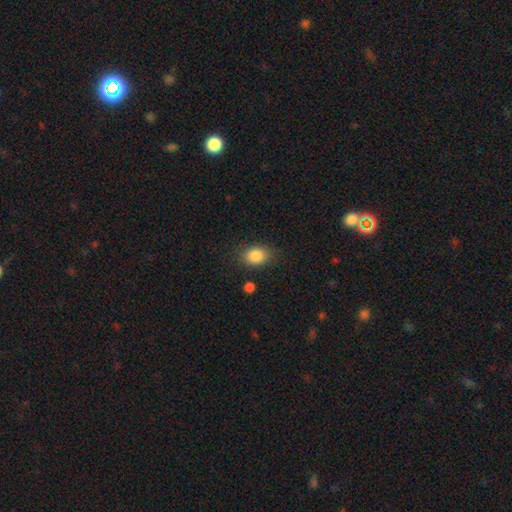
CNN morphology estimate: This appears to be a smooth galaxy with no disk features (86%) that is in between round and cigar-shaped (68%). Merging: none (81%).